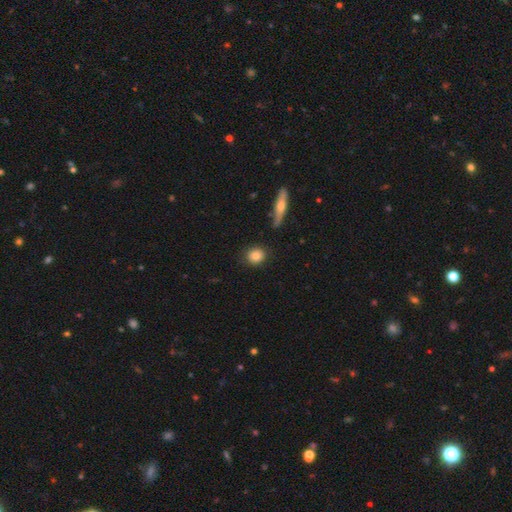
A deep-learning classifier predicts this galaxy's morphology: type=smooth (83%); roundness=round (76%); merging=none (84%).